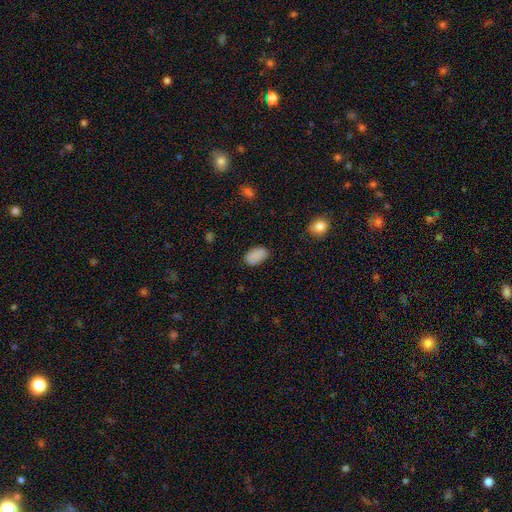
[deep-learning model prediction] smooth_or_featured: smooth (p=0.88) [alt: star or artifact p=0.09]
how_rounded: in between (p=0.93) [alt: round p=0.06]
merging: none (p=0.82) [alt: minor disturbance p=0.14]